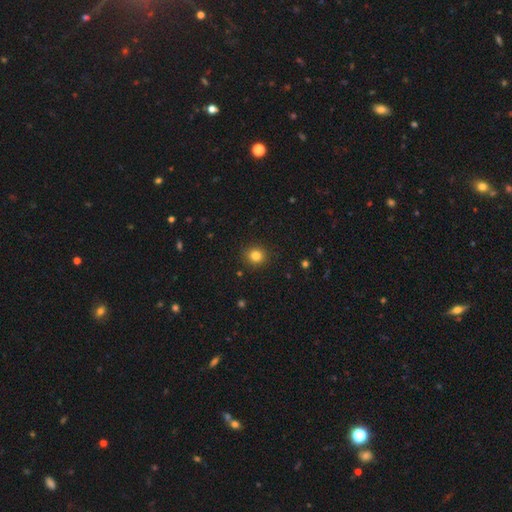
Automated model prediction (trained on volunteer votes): A smooth galaxy with no disk features (83%) that is round (87%). Merging: none (90%).